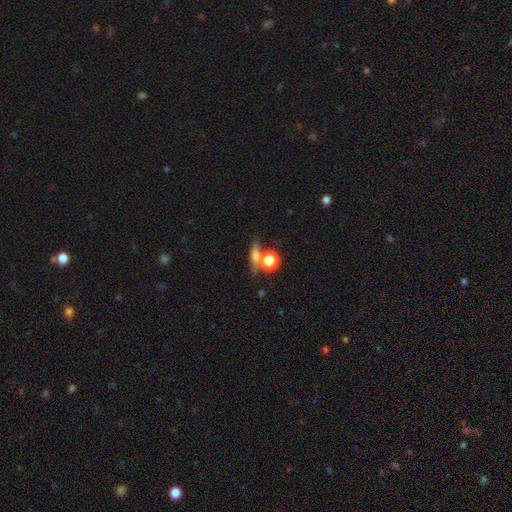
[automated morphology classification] smooth-or-featured: smooth: 65% | featured or disk: 20% | star or artifact: 15%
  how-rounded: cigar-shaped: 37% | round: 32% | in between: 32%
  merging: none: 61% | merger: 22% | minor disturbance: 11% | major disturbance: 6%